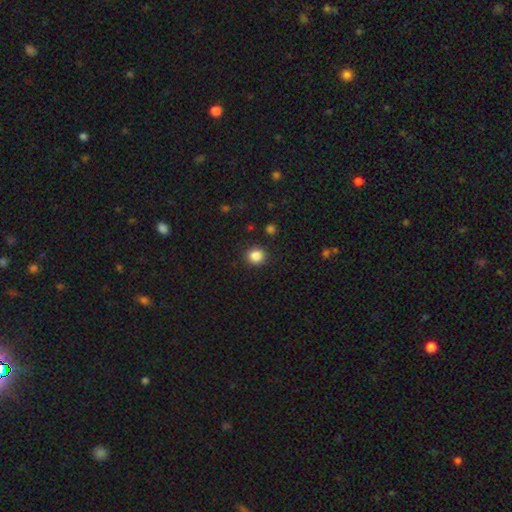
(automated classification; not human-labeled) Smooth or featured?
  - smooth: 86% *
  - star or artifact: 10%
  - featured or disk: 3%
How rounded?
  - round: 89% *
  - in between: 10%
  - cigar-shaped: 1%
Merging?
  - none: 91% *
  - minor disturbance: 6%
  - major disturbance: 2%
  - merger: 1%